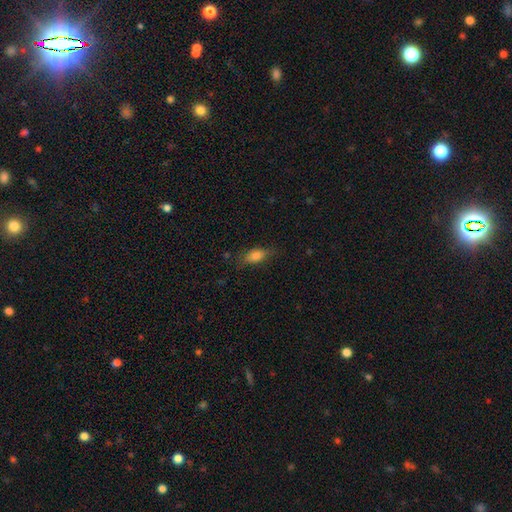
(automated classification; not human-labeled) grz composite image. It shows a smooth galaxy with no disk features (79%) that is in between round and cigar-shaped (80%). Merging: none (72%).